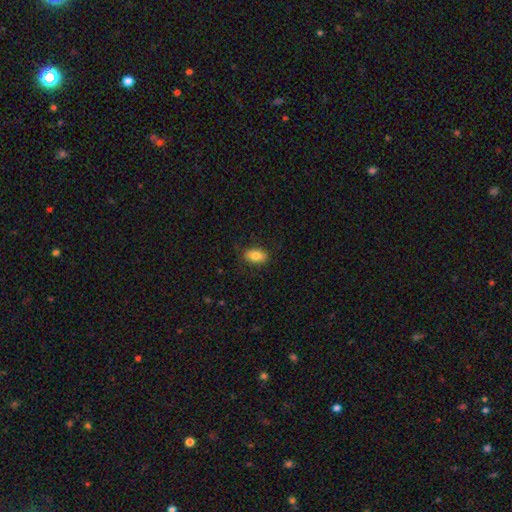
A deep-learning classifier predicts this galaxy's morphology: type=smooth (81%); roundness=in between (88%); merging=none (81%).